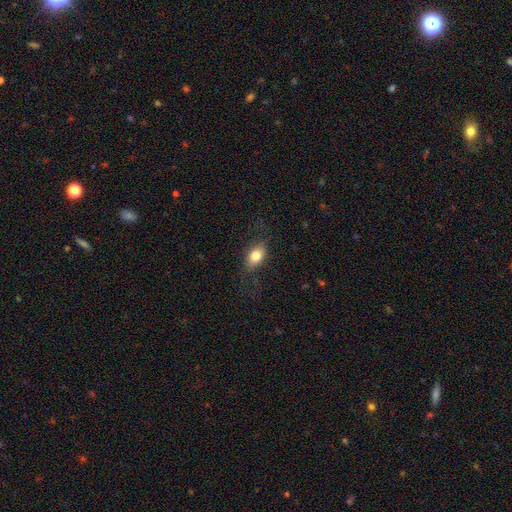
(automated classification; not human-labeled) Smooth or featured: smooth — 76% (featured or disk — 16%)
How rounded: in between — 81% (round — 14%)
Merging: none — 74% (minor disturbance — 16%)